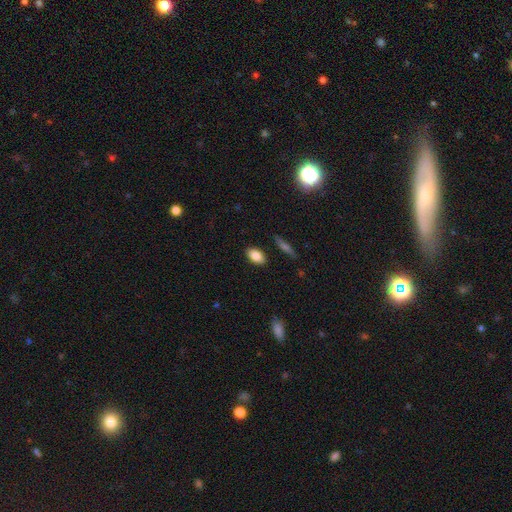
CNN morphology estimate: A smooth galaxy with no disk features (85%) that is in between round and cigar-shaped (91%). Merging: none (87%).